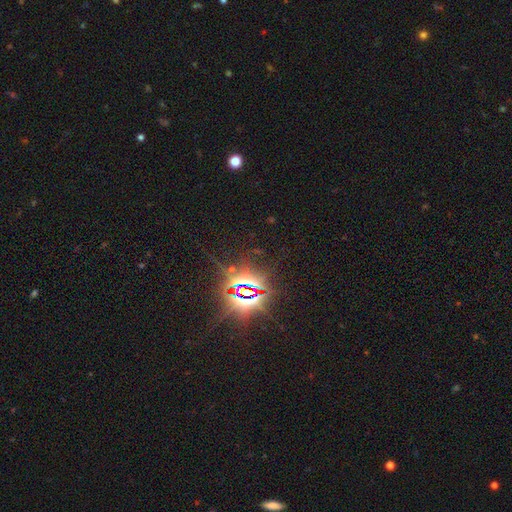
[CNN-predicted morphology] smooth_or_featured: star or artifact (p=0.85) [alt: smooth p=0.08]